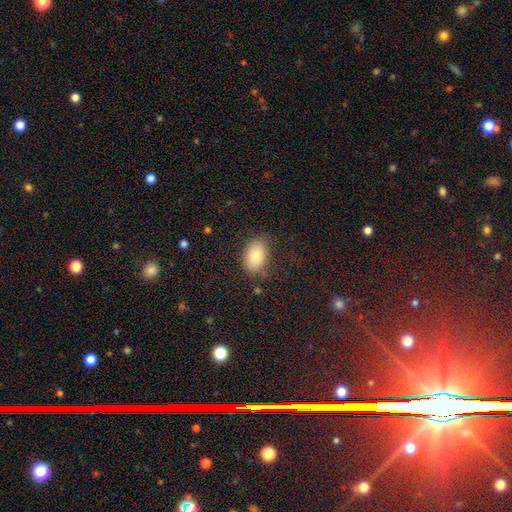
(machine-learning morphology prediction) A smooth galaxy with no disk features (79%) that is in between round and cigar-shaped (84%). Merging: none (79%).